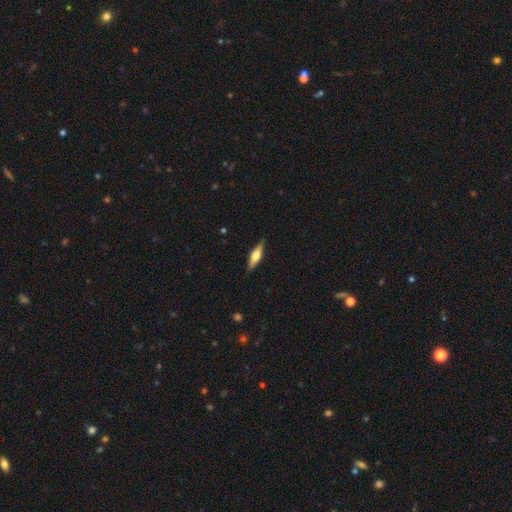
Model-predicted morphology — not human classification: A featured or disk galaxy (57%) viewed edge-on (96%) with a rounded central bulge (87%).

Vote fractions:
- Smooth or featured? featured or disk: 57% / smooth: 37% / star or artifact: 6%
- Edge-on disk? yes: 96% / no: 4%
- Edge-on bulge? rounded: 87% / boxy: 10% / none: 3%
- Merging? none: 89% / minor disturbance: 9% / major disturbance: 2% / merger: 1%